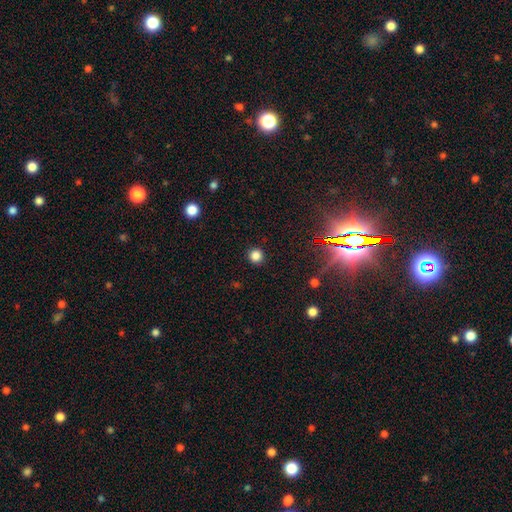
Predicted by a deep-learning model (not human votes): Smooth or featured? smooth (83%)
How rounded? round (94%)
Merging? none (92%)